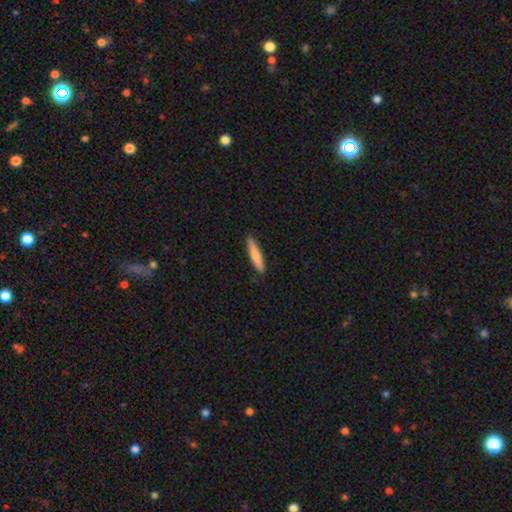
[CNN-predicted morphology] smooth_or_featured: smooth (p=0.78) [alt: featured or disk p=0.17]
how_rounded: cigar-shaped (p=0.88) [alt: in between p=0.10]
merging: none (p=0.88) [alt: minor disturbance p=0.09]